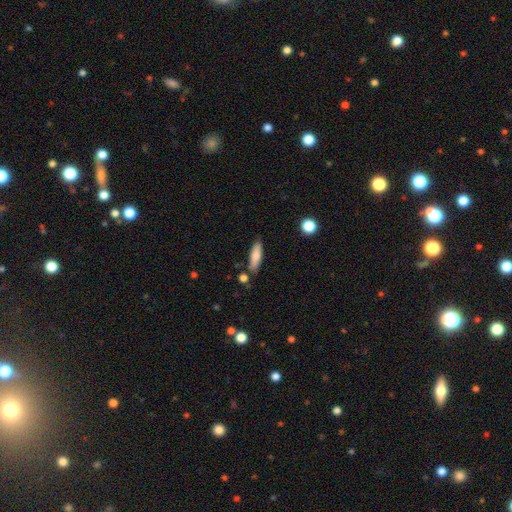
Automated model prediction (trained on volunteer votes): Smooth or featured? Predicted: smooth (p=0.75). How rounded? Predicted: cigar-shaped (p=0.58). Merging? Predicted: none (p=0.80).